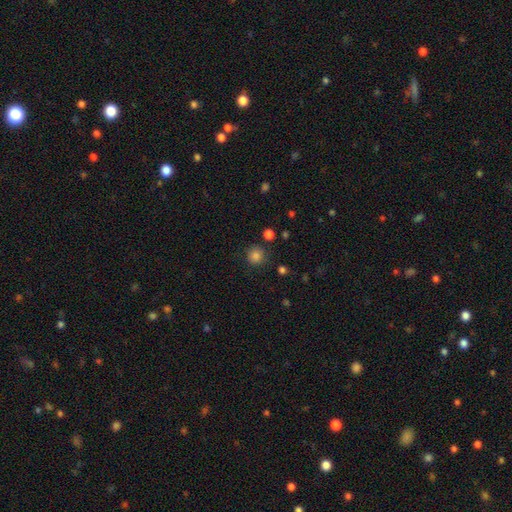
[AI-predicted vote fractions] Smooth or featured: smooth — 84% (star or artifact — 12%)
How rounded: round — 92% (in between — 7%)
Merging: none — 84% (minor disturbance — 10%)